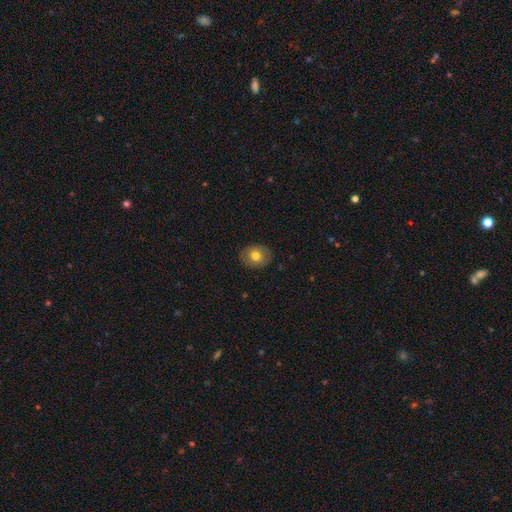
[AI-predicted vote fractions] Smooth or featured?
  - smooth: 70% *
  - featured or disk: 22%
  - star or artifact: 8%
How rounded?
  - in between: 52% *
  - round: 47%
  - cigar-shaped: 1%
Merging?
  - none: 86% *
  - minor disturbance: 11%
  - major disturbance: 3%
  - merger: 1%